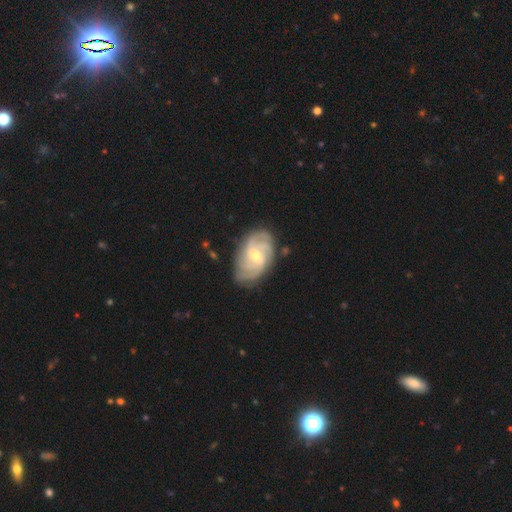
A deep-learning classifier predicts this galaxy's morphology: The model was most divided on "spiral arm count": 3: 27%, 4: 25%, can't tell: 21%, 2: 14%, more than 4: 7%, 1: 6%. Remaining: spiral arms — yes (97%); edge-on disk — no (97%); smooth or featured — featured or disk (87%); merging — none (80%); spiral winding — tight (61%); bulge size — moderate (51%); bar — no (49%).